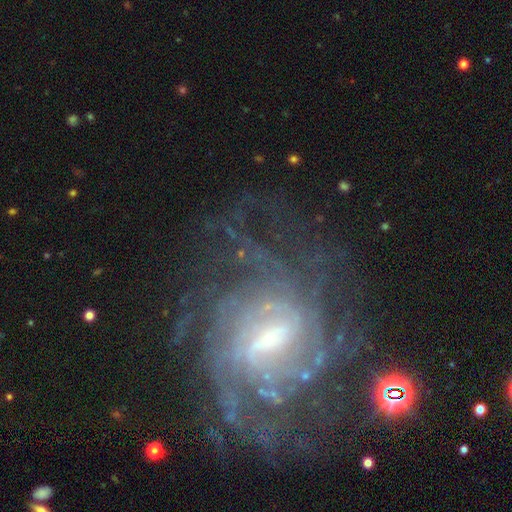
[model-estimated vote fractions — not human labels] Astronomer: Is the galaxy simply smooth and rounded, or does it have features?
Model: featured or disk — 85%.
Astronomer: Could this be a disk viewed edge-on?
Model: no — 97%.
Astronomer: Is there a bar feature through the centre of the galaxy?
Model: weak — 52% (runner-up: strong, 31%).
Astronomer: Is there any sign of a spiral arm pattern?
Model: yes — 93%.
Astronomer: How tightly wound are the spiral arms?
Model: tight — 58%.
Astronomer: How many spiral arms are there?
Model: can't tell — 41%.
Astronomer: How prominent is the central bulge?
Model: small — 45% (runner-up: moderate, 37%).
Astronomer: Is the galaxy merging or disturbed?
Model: none — 63%.